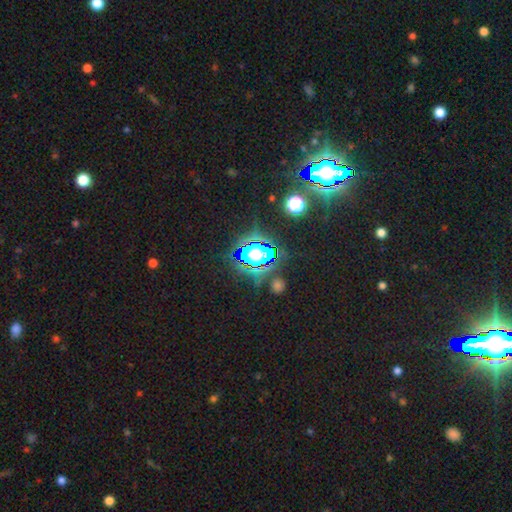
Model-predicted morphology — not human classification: Smooth or featured?
  - star or artifact: 71% *
  - smooth: 19%
  - featured or disk: 10%